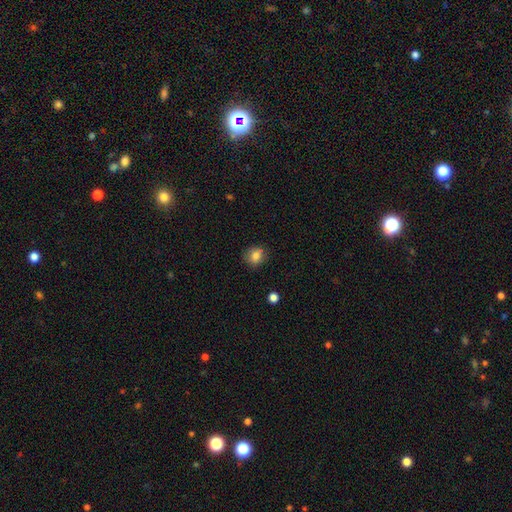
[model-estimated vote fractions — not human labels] Smooth or featured: smooth — 82% (star or artifact — 10%)
How rounded: round — 77% (in between — 22%)
Merging: none — 82% (minor disturbance — 13%)